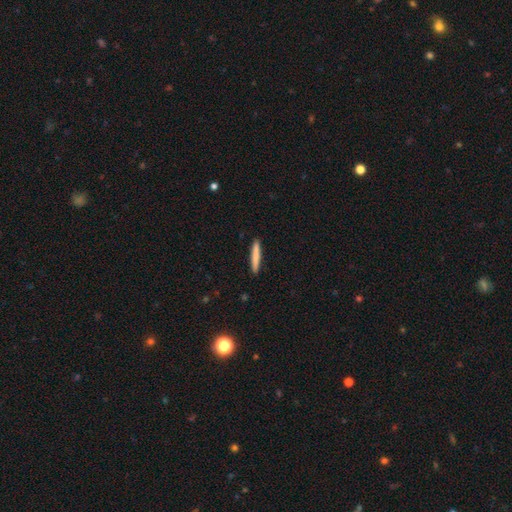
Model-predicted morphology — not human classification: This appears to be a smooth galaxy with no disk features (80%) that is cigar-shaped (95%). Merging: none (92%).